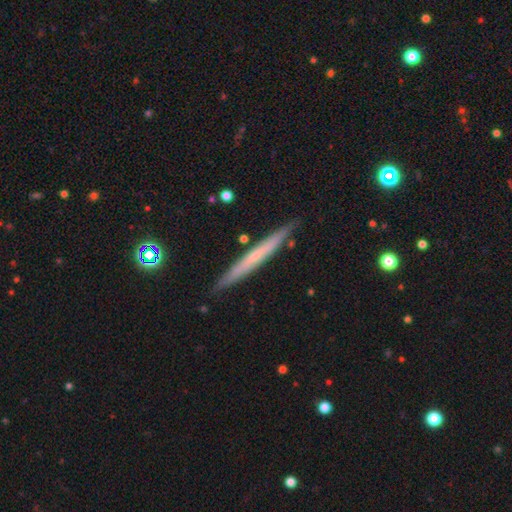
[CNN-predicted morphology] This is possibly a featured or disk galaxy (55%). It is clearly viewed edge-on (96%). Edge-on bulge: likely none (77%). Merging: clearly none (89%).